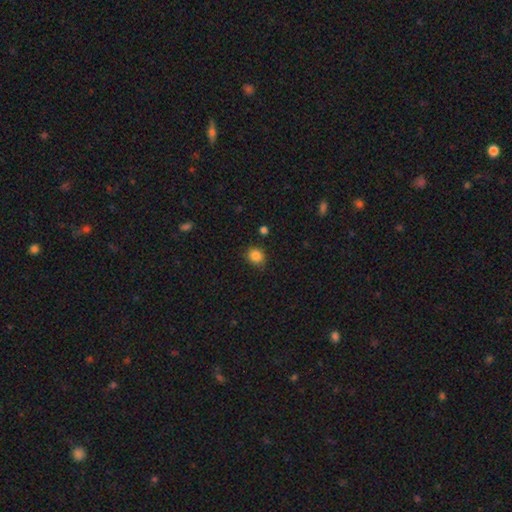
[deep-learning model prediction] Overall: smooth (85%). How rounded: round (68%; in between 31%). Merging: none (82%).